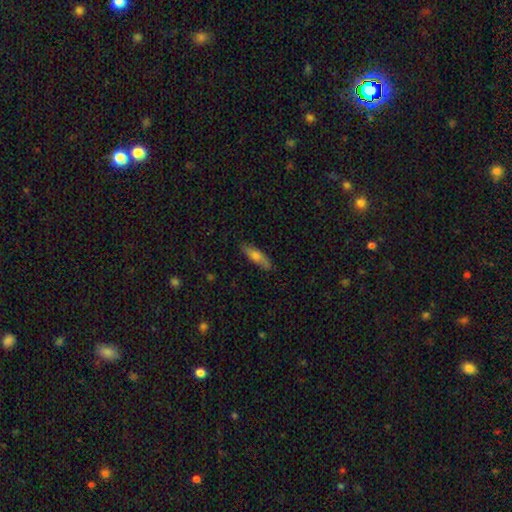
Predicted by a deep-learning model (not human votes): smooth-or-featured: smooth: 68% | featured or disk: 25% | star or artifact: 7%
  how-rounded: cigar-shaped: 60% | in between: 37% | round: 2%
  merging: none: 82% | minor disturbance: 14% | major disturbance: 3% | merger: 1%